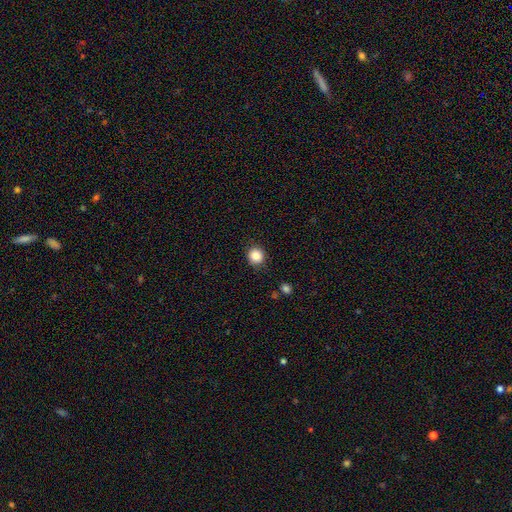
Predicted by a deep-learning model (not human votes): A smooth galaxy with no disk features (84%) that is round (92%). Merging: none (90%).